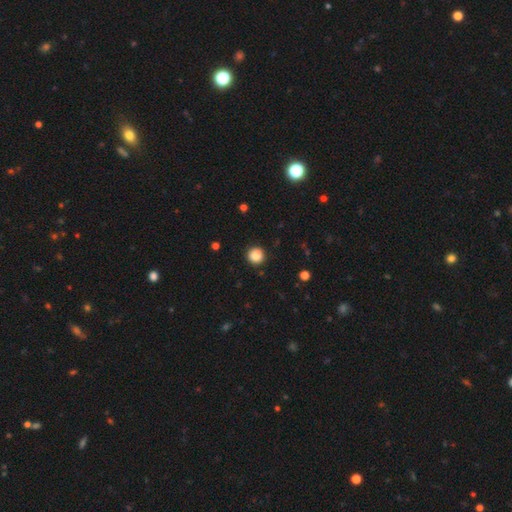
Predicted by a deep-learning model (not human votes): This is clearly a smooth galaxy (85%). How rounded: clearly round (95%). Merging: clearly none (92%).